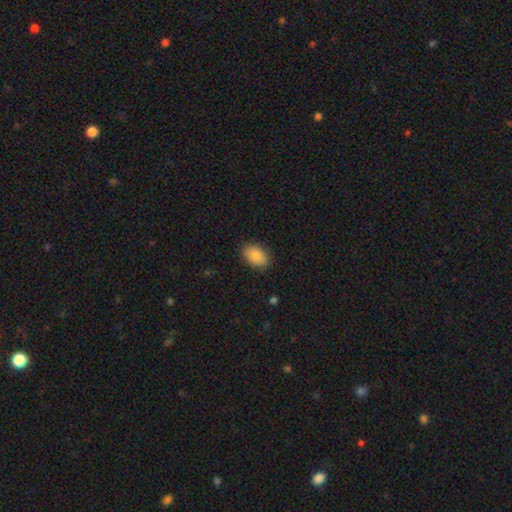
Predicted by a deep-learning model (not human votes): Q: Smooth or featured?
A: smooth (88%); runner-up: star or artifact (7%)
Q: How rounded?
A: in between (88%); runner-up: round (11%)
Q: Merging?
A: none (85%); runner-up: minor disturbance (11%)